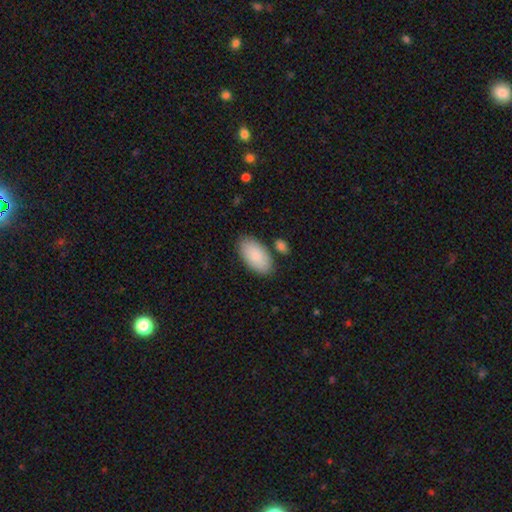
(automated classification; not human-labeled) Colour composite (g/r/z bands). It shows a smooth galaxy with no disk features (87%) that is in between round and cigar-shaped (95%). Merging: none (81%).